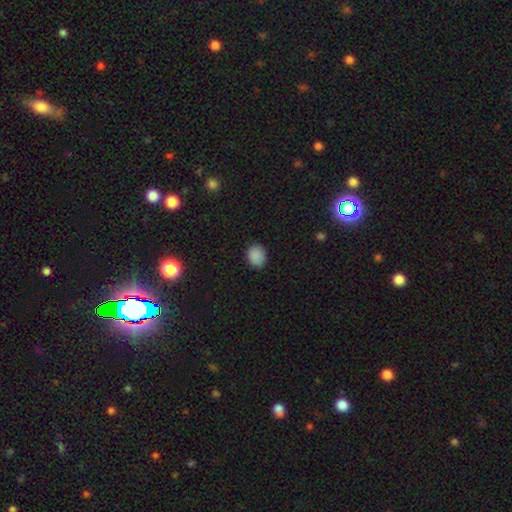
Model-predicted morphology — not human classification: Smooth or featured: smooth — 88% (star or artifact — 10%)
How rounded: round — 62% (in between — 37%)
Merging: none — 87% (minor disturbance — 10%)